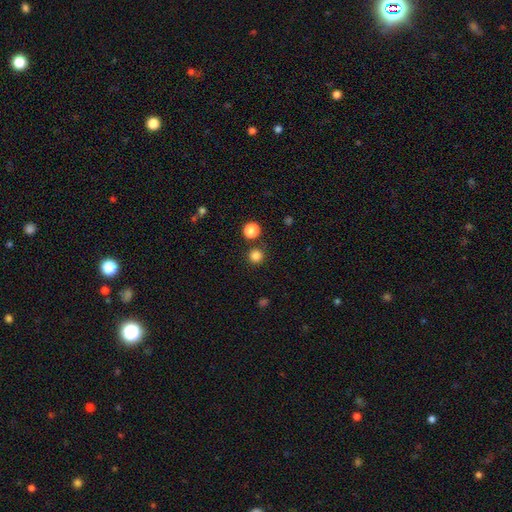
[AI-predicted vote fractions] smooth 83%, star or artifact 14%, featured or disk 3%. Down the decision tree: how rounded — round (95%); merging — none (85%).